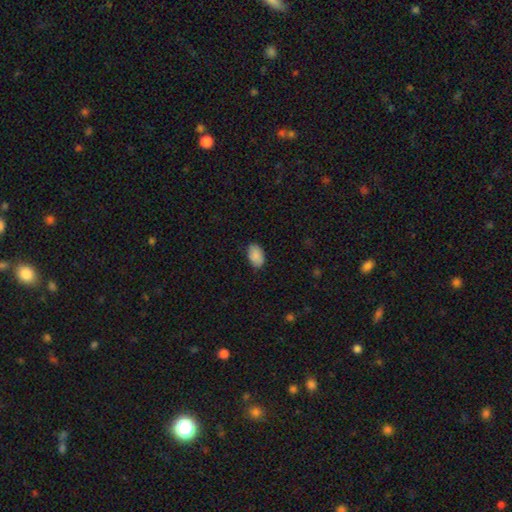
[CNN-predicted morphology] smooth_or_featured: smooth (p=0.88) [alt: star or artifact p=0.07]
how_rounded: in between (p=0.91) [alt: round p=0.07]
merging: none (p=0.81) [alt: minor disturbance p=0.15]